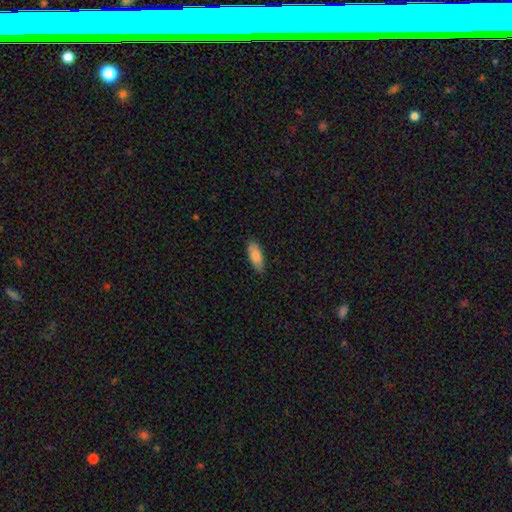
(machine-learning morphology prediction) Smooth or featured? Predicted: smooth (p=0.85). How rounded? Predicted: in between (p=0.80). Merging? Predicted: none (p=0.83).